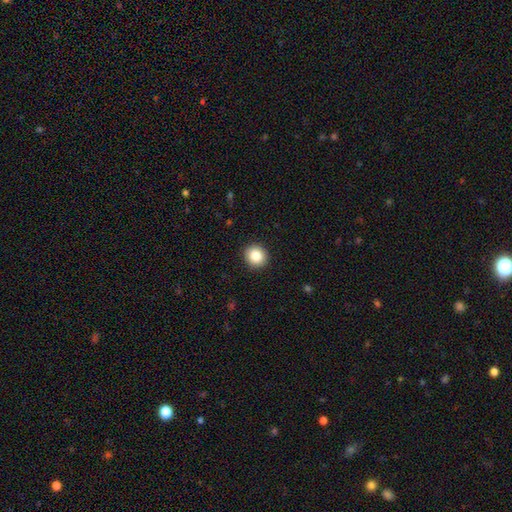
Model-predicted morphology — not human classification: smooth 86%, star or artifact 9%, featured or disk 5%. Down the decision tree: how rounded — round (90%); merging — none (92%).